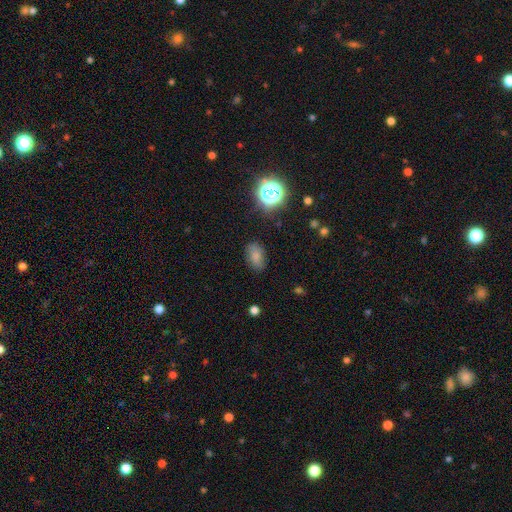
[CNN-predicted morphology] The model was most divided on "merging": none: 76%, minor disturbance: 17%, major disturbance: 5%, merger: 2%. More confident: how rounded — in between (88%); smooth or featured — smooth (76%).